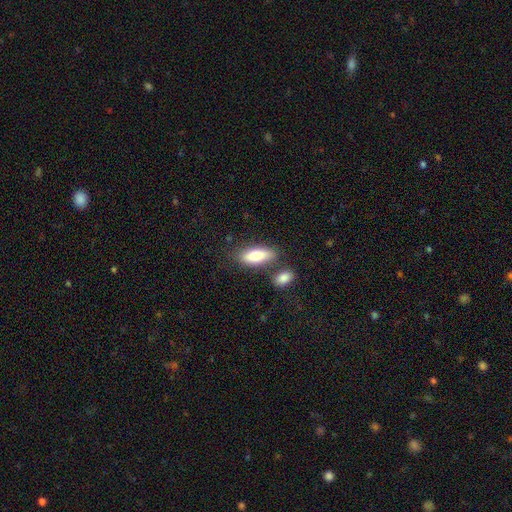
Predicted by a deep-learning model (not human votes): smooth_or_featured: smooth (p=0.79) [alt: featured or disk p=0.15]
how_rounded: in between (p=0.76) [alt: cigar-shaped p=0.21]
merging: none (p=0.66) [alt: merger p=0.16]